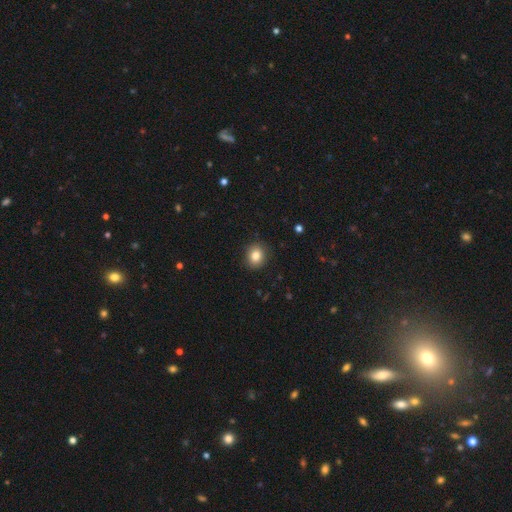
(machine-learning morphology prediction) This is clearly a smooth galaxy (84%). How rounded: likely round (67%). Merging: clearly none (89%).